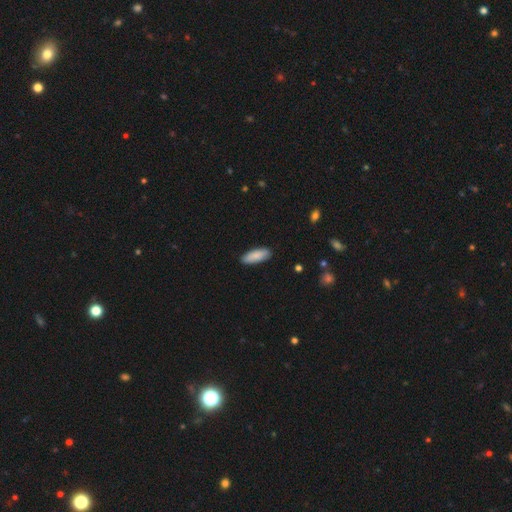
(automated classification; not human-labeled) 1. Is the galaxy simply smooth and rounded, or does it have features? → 86% smooth, 8% featured or disk, 6% star or artifact.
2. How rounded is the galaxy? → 64% in between, 34% cigar-shaped, 2% round.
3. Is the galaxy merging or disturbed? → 88% none, 9% minor disturbance, 2% major disturbance, 1% merger.